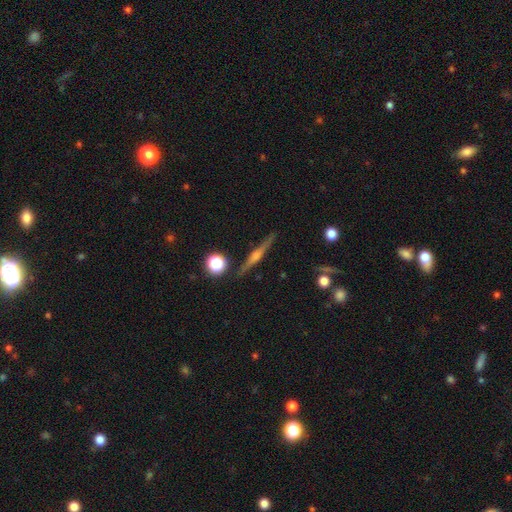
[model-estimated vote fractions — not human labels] smooth-or-featured: featured or disk: 79% | smooth: 14% | star or artifact: 7%
  disk-edge-on: yes: 98% | no: 2%
    edge-on-bulge: rounded: 86% | boxy: 8% | none: 6%
  merging: none: 91% | minor disturbance: 6% | merger: 2% | major disturbance: 1%